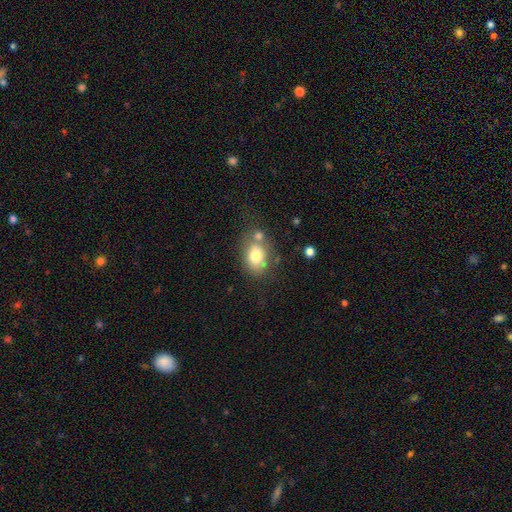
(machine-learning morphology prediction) This is likely a smooth galaxy (76%). How rounded: likely in between (69%). Merging: possibly none (55%).